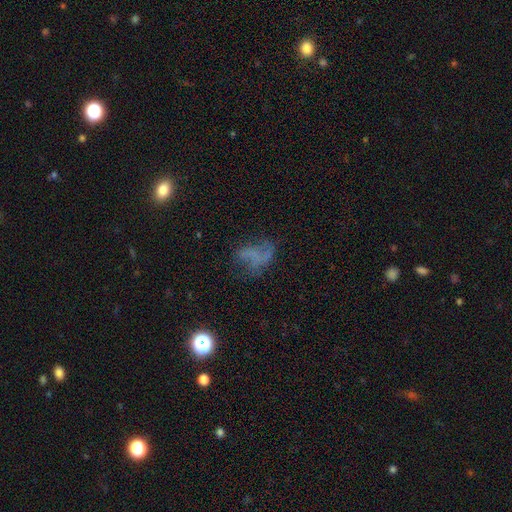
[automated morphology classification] A featured or disk galaxy (43%).

Vote fractions:
- Smooth or featured? featured or disk: 43% / smooth: 33% / star or artifact: 24%
- Merging? none: 42% / major disturbance: 32% / minor disturbance: 20% / merger: 5%